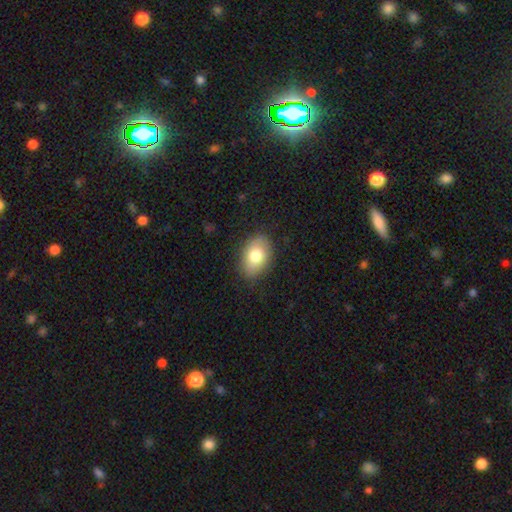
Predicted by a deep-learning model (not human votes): Smooth or featured?
  - smooth: 77% *
  - featured or disk: 15%
  - star or artifact: 8%
How rounded?
  - in between: 86% *
  - round: 13%
  - cigar-shaped: 1%
Merging?
  - none: 84% *
  - minor disturbance: 12%
  - major disturbance: 3%
  - merger: 1%